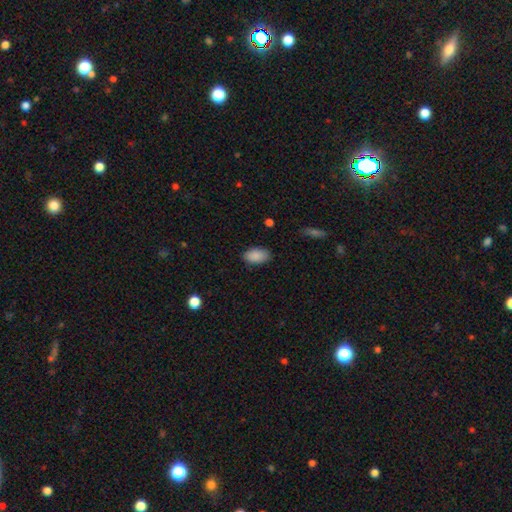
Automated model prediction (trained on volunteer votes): Overall: smooth (89%). How rounded: in between (93%). Merging: none (86%).